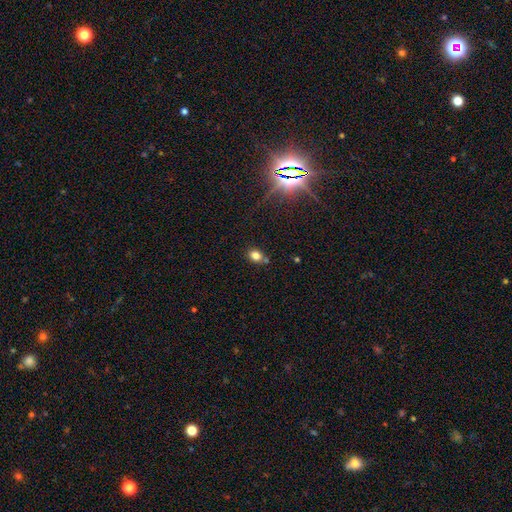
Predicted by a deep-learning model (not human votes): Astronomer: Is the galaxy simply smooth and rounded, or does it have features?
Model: smooth — 76%.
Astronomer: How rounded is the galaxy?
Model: in between — 51% (runner-up: round, 47%).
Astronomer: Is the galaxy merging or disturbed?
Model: none — 69%.